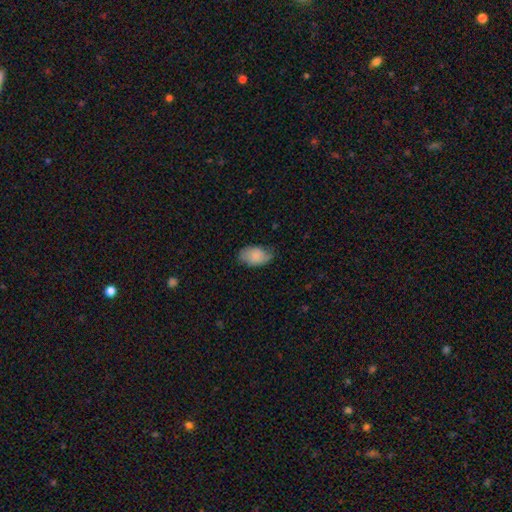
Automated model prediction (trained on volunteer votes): A smooth galaxy with no disk features (78%) that is in between round and cigar-shaped (91%). Merging: none (62%).